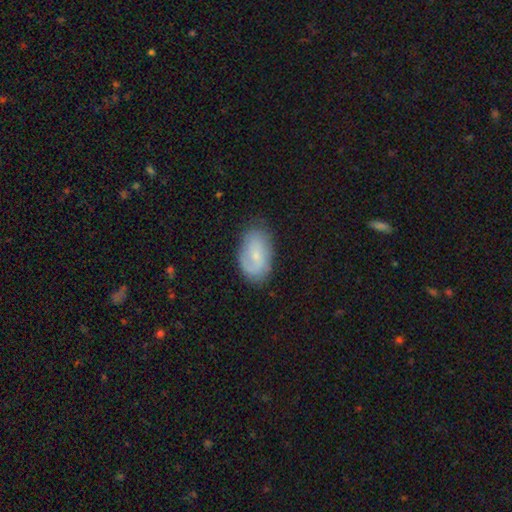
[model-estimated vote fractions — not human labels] Smooth or featured: smooth — 52% (featured or disk — 40%)
How rounded: in between — 91% (round — 7%)
Merging: none — 70% (minor disturbance — 22%)